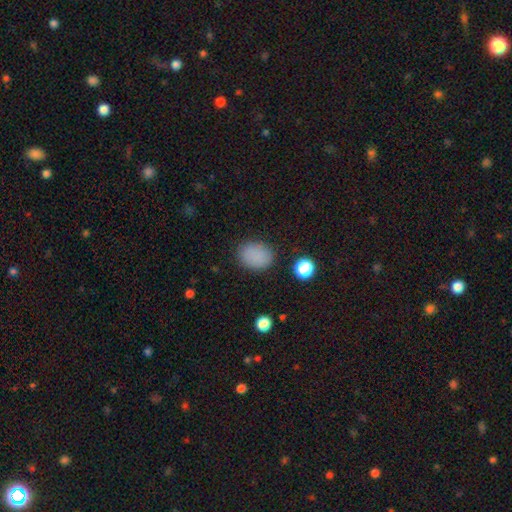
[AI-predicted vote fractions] Overall: smooth (85%). How rounded: in between (61%; round 38%). Merging: none (85%).